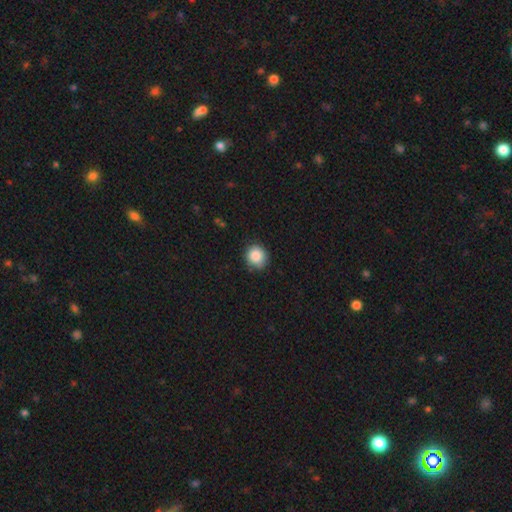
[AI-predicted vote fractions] This appears to be a smooth galaxy with no disk features (86%) that is round (87%). Merging: none (86%).